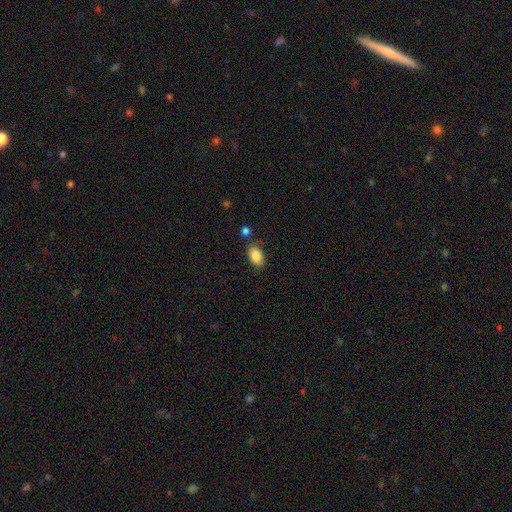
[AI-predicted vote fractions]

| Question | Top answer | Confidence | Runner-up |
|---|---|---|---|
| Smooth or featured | smooth | 87% | star or artifact (7%) |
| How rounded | in between | 92% | round (6%) |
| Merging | none | 74% | minor disturbance (15%) |